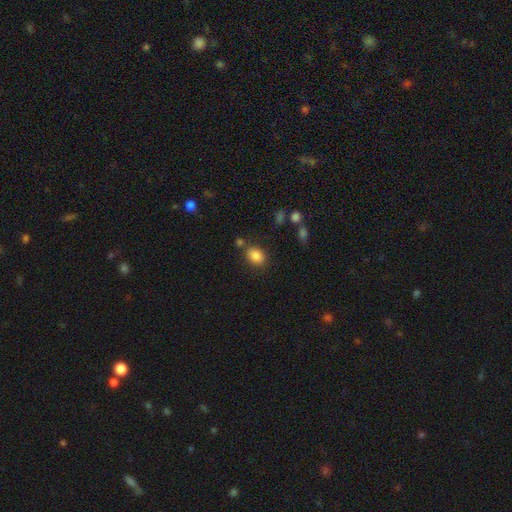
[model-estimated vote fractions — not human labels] Smooth or featured? smooth (85%)
How rounded? in between (62%)
Merging? none (77%)